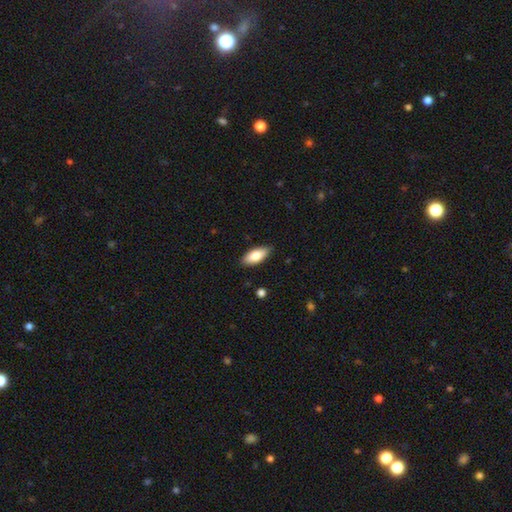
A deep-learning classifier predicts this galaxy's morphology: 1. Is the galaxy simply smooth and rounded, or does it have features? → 79% smooth, 15% featured or disk, 6% star or artifact.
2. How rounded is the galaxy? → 84% in between, 14% cigar-shaped, 2% round.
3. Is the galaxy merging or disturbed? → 87% none, 10% minor disturbance, 2% major disturbance, 1% merger.